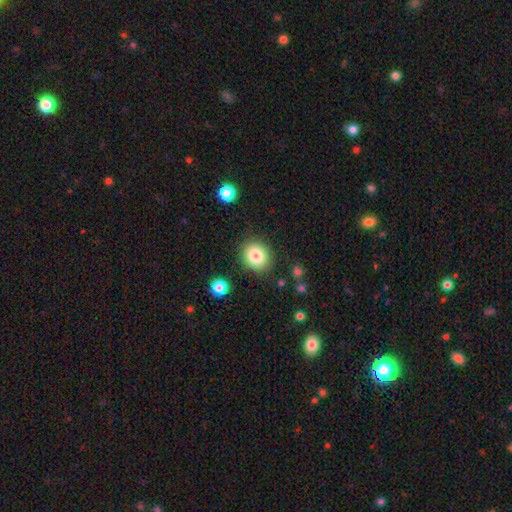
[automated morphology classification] type=smooth (83%); roundness=round (75%); merging=none (86%).